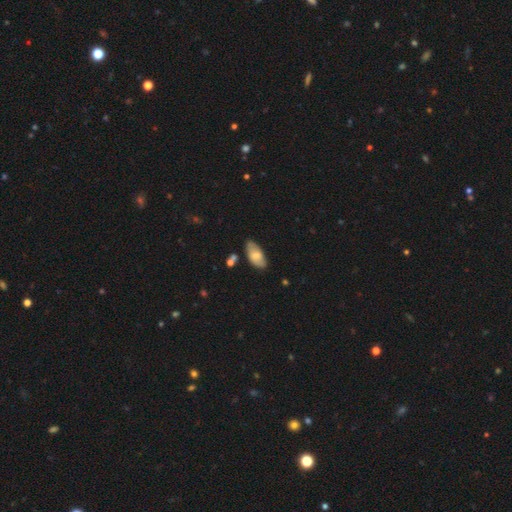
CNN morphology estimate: Overall: smooth (70%). How rounded: in between (93%). Merging: none (70%).